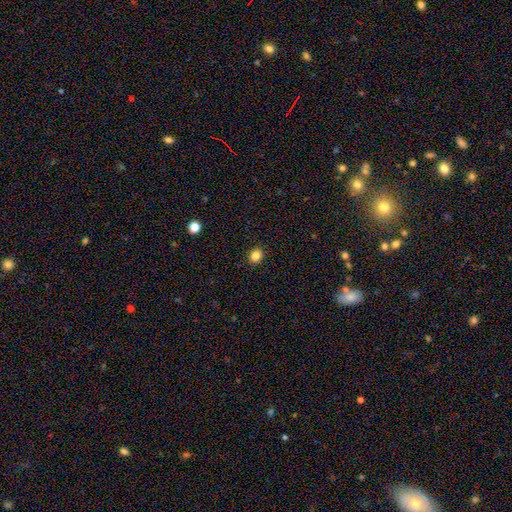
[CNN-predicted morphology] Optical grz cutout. It shows a smooth galaxy with no disk features (85%) that is round (64%). Merging: none (91%).